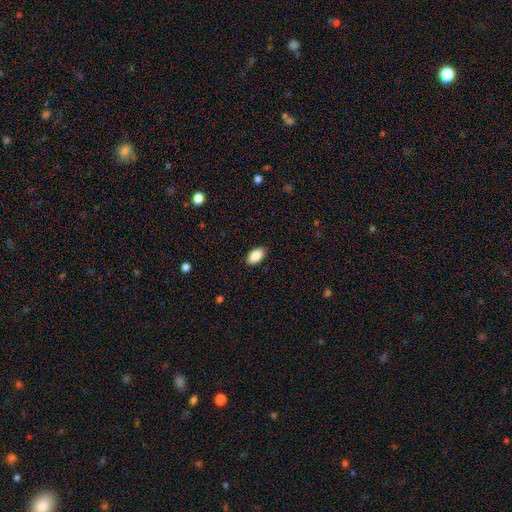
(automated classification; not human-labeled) The model was most divided on "merging": none: 88%, minor disturbance: 9%, major disturbance: 2%, merger: 1%. More confident: how rounded — in between (94%); smooth or featured — smooth (87%).